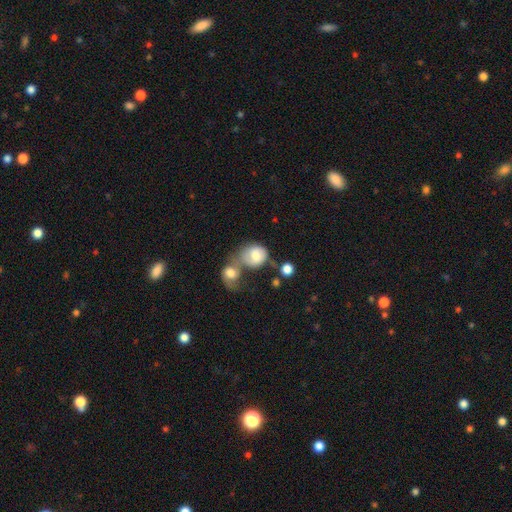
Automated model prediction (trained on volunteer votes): Overall: smooth (72%). How rounded: round (63%; in between 36%). Merging: merger (63%).